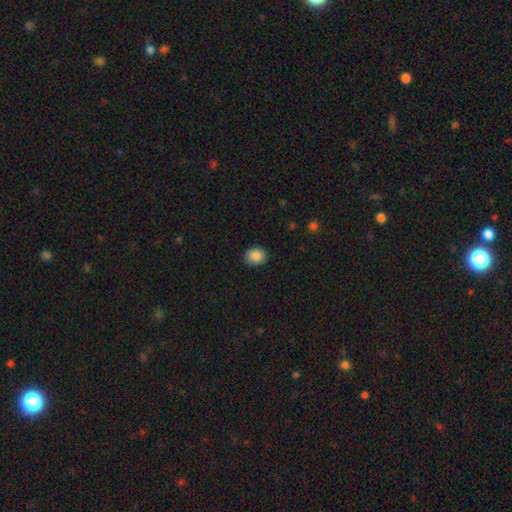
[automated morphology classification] This appears to be a smooth galaxy with no disk features (87%) that is in between round and cigar-shaped (53%). Merging: none (88%).